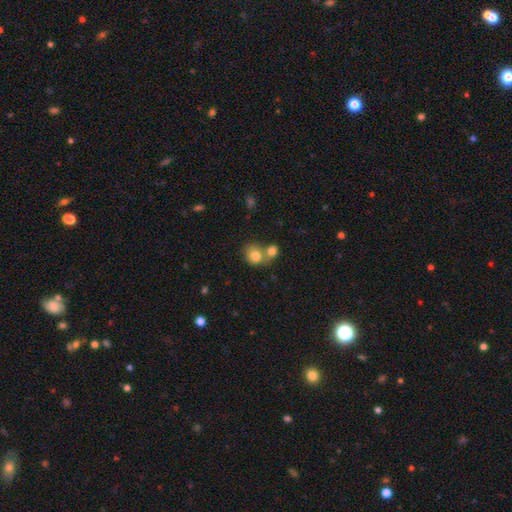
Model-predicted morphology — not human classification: Overall: smooth (79%). How rounded: round (75%). Merging: merger (50%; none 38%).